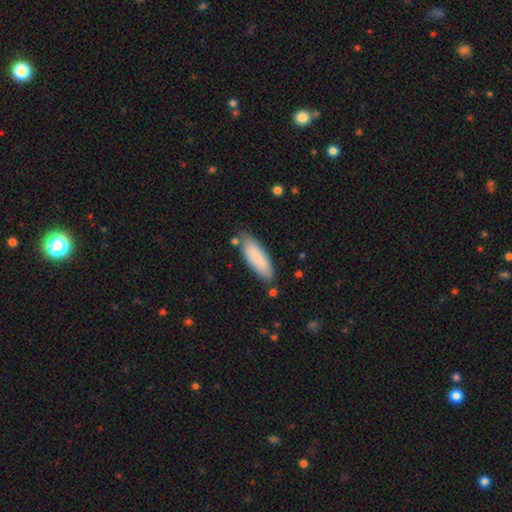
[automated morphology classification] The model was most divided on "how rounded": in between: 59%, cigar-shaped: 40%, round: 1%. More confident: smooth or featured — smooth (80%); merging — none (77%).